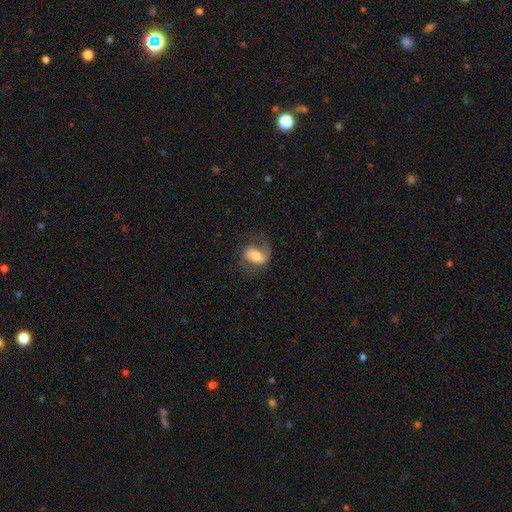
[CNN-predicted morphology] Overall: featured or disk (47%; smooth 45%). Merging: none (58%; minor disturbance 22%).